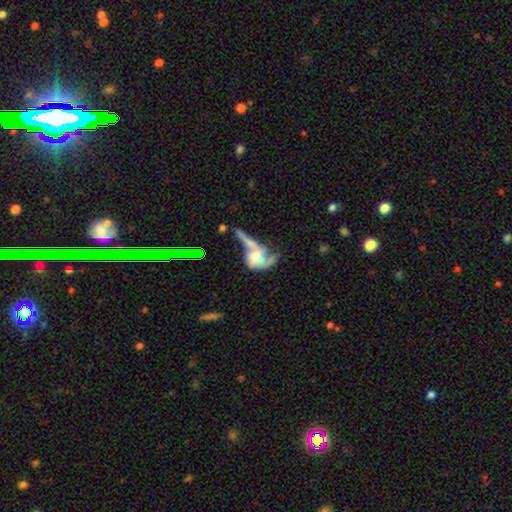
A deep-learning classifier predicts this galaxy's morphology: A featured or disk galaxy (58%) with no bar (78%), spiral arms (57%) and a moderate central bulge (32%). Merging: merger (41%).